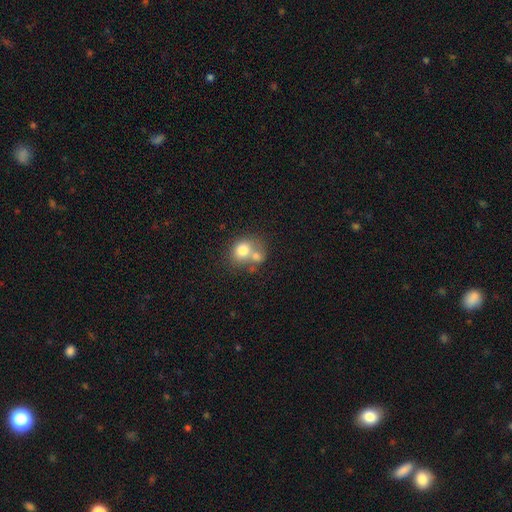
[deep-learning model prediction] smooth_or_featured: smooth (p=0.73) [alt: featured or disk p=0.17]
how_rounded: round (p=0.64) [alt: in between p=0.35]
merging: merger (p=0.56) [alt: none p=0.31]